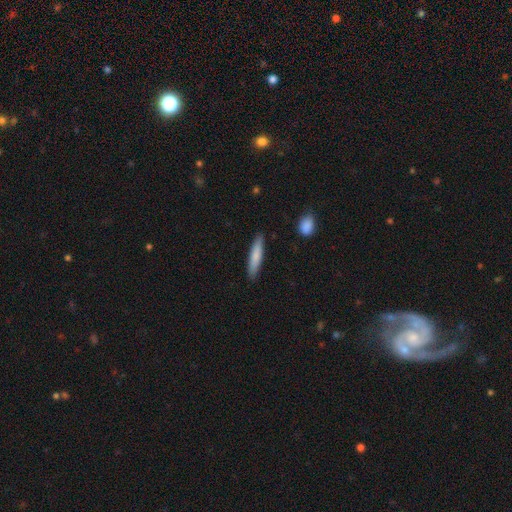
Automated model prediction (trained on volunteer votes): This appears to be a smooth galaxy with no disk features (77%) that is cigar-shaped (88%). Merging: none (88%).